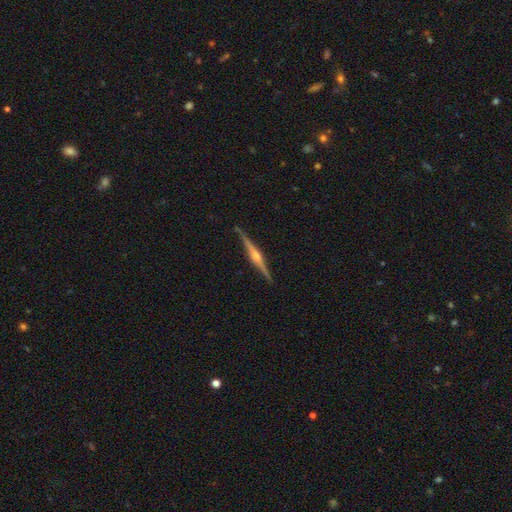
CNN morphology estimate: Smooth or featured? featured or disk (85%)
Edge-on disk? yes (99%)
Edge-on bulge? rounded (88%)
Merging? none (90%)